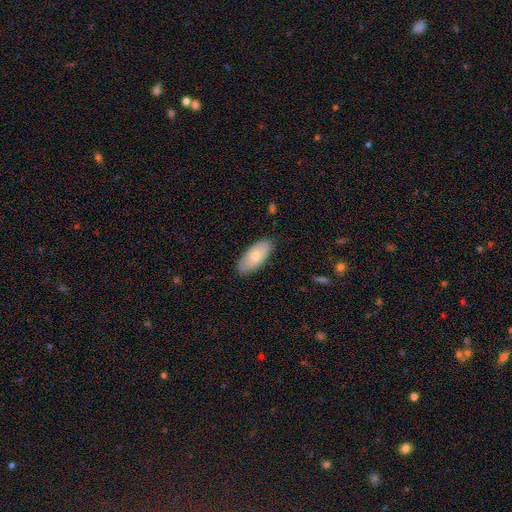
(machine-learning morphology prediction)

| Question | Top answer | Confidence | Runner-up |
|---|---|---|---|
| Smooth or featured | smooth | 68% | featured or disk (26%) |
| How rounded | in between | 90% | cigar-shaped (7%) |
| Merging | none | 83% | minor disturbance (13%) |